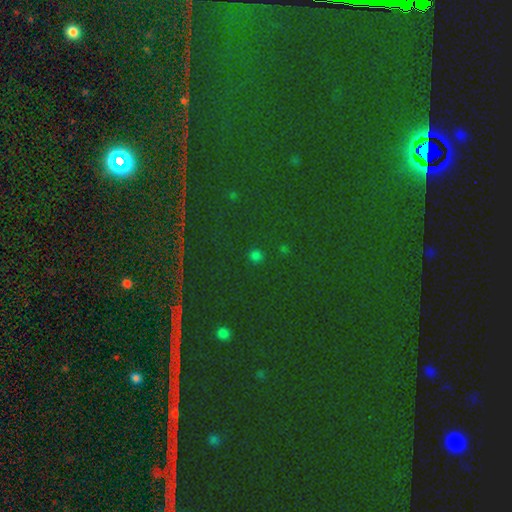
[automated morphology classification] smooth_or_featured: star or artifact (p=0.64) [alt: smooth p=0.29]